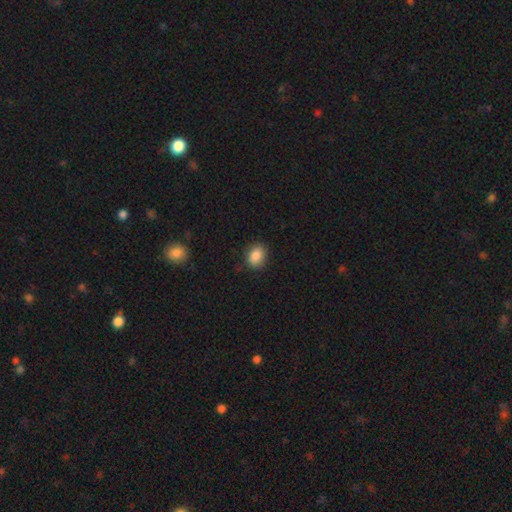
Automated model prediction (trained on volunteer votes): The model was most divided on "how rounded": in between: 64%, round: 35%, cigar-shaped: 1%. More confident: smooth or featured — smooth (87%); merging — none (83%).